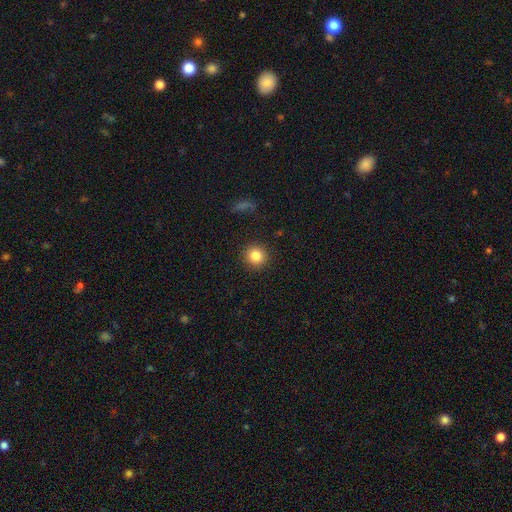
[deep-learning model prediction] smooth 84%, star or artifact 10%, featured or disk 6%. Down the decision tree: how rounded — round (93%); merging — none (91%).